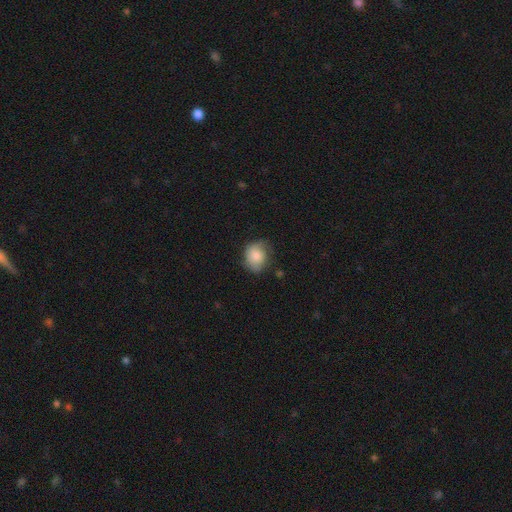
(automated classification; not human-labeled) The model was most divided on "how rounded": round: 62%, in between: 37%, cigar-shaped: 1%. More confident: smooth or featured — smooth (78%); merging — none (60%).